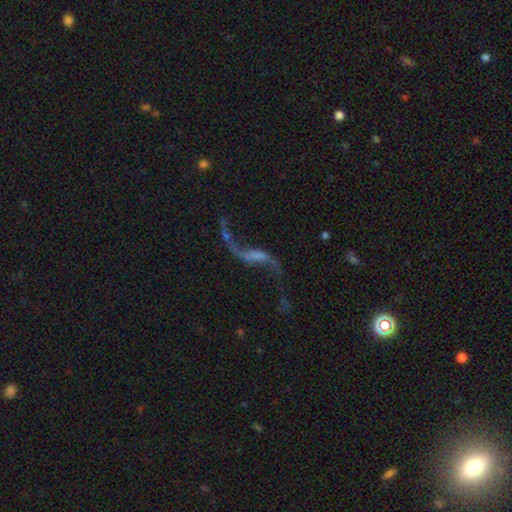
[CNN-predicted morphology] Overall: featured or disk (86%). Edge-on disk: no (93%). Bar: weak (40%; no 32%). Spiral arms: yes (94%). Spiral arm count: 2 (92%). Spiral winding: loose (95%). Bulge size: none (49%; small 31%). Merging: none (64%).